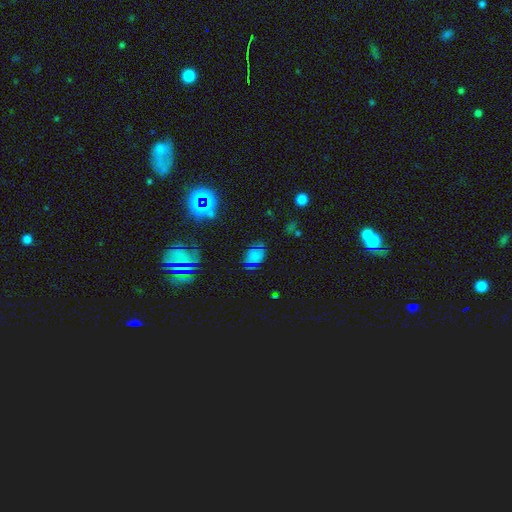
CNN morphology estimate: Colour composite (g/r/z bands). It shows a smooth galaxy with no disk features (53%) that is in between round and cigar-shaped (52%). Merging: none (60%).